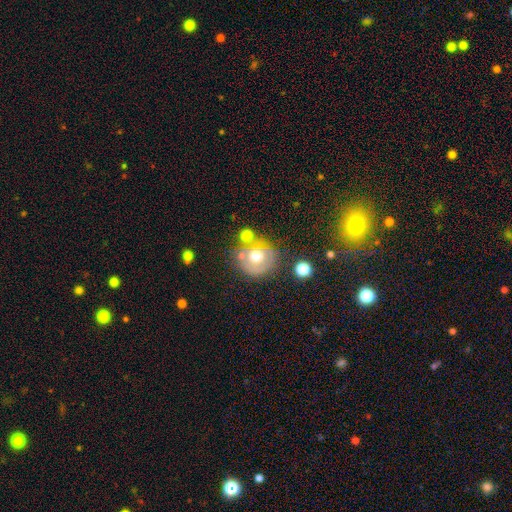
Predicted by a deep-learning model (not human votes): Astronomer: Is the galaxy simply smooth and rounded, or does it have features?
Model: featured or disk — 46% (runner-up: smooth, 44%).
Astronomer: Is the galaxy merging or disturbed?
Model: none — 63%.